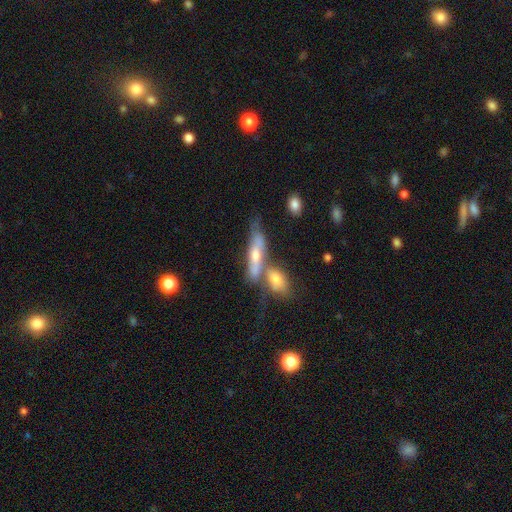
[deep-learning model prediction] featured or disk 54%, smooth 38%, star or artifact 8%. Down the decision tree: edge-on disk — yes (66%); merging — merger (43%).